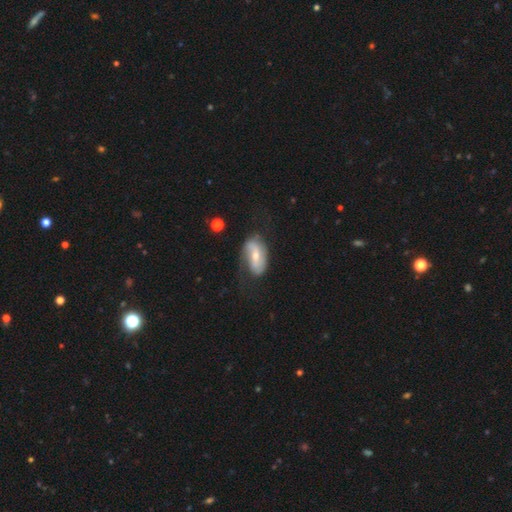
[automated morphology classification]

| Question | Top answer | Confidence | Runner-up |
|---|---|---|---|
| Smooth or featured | featured or disk | 64% | smooth (29%) |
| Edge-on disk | no | 93% | yes (7%) |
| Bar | weak | 38% | no (32%) |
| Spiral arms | yes | 82% | no (18%) |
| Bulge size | moderate | 52% | small (43%) |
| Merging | none | 59% | minor disturbance (25%) |